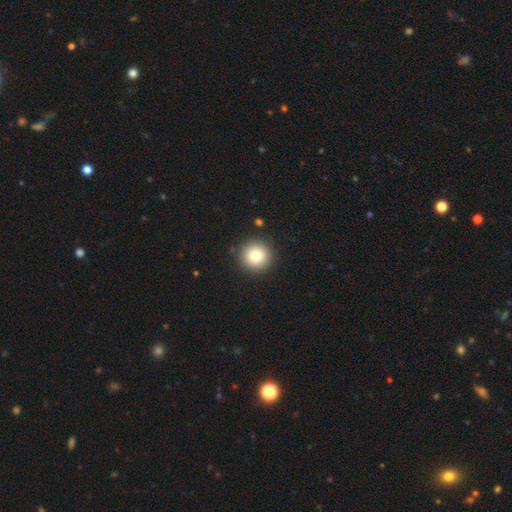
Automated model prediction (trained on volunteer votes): smooth 82%, star or artifact 10%, featured or disk 8%. Down the decision tree: how rounded — round (95%); merging — none (90%).